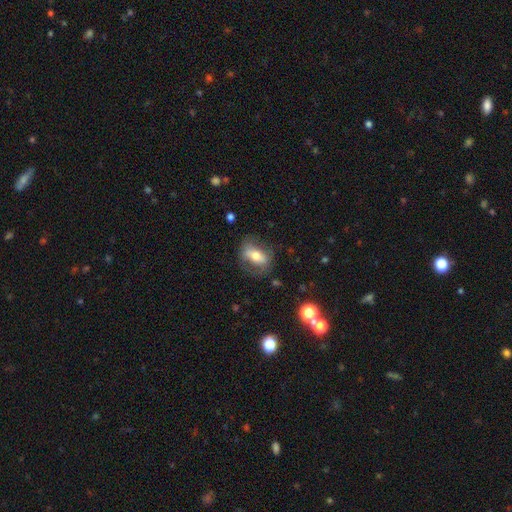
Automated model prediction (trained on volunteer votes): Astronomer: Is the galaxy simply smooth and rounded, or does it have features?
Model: smooth — 52% (runner-up: featured or disk, 40%).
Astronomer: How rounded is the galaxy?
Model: in between — 76%.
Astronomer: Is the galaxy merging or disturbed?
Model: none — 68%.